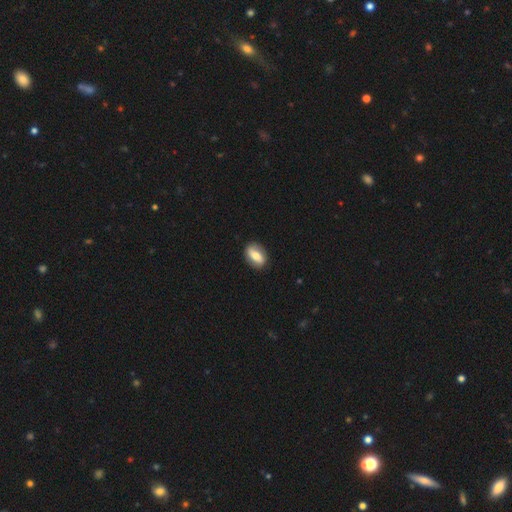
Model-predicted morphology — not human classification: A smooth galaxy with no disk features (55%) that is in between round and cigar-shaped (79%). Merging: none (86%).